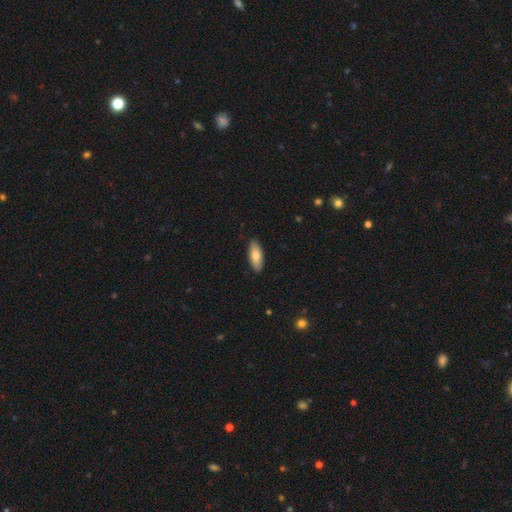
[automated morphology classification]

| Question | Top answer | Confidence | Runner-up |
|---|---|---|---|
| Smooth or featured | smooth | 79% | featured or disk (15%) |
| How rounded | in between | 75% | cigar-shaped (23%) |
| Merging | none | 89% | minor disturbance (8%) |